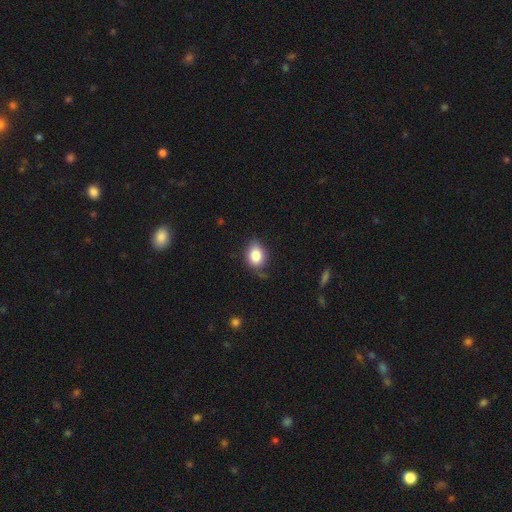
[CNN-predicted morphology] Smooth or featured?
  - smooth: 82% *
  - star or artifact: 9%
  - featured or disk: 9%
How rounded?
  - in between: 57% *
  - round: 42%
  - cigar-shaped: 1%
Merging?
  - none: 64% *
  - minor disturbance: 27%
  - major disturbance: 7%
  - merger: 2%